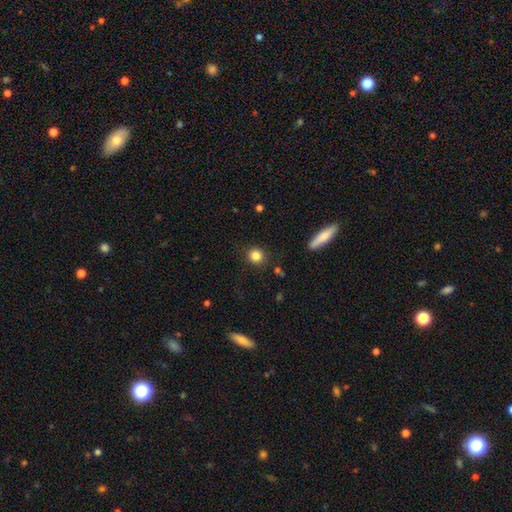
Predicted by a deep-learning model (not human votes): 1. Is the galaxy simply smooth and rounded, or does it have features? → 84% smooth, 10% star or artifact, 5% featured or disk.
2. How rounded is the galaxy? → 87% round, 11% in between, 1% cigar-shaped.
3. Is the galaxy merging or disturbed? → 88% none, 8% minor disturbance, 3% major disturbance, 2% merger.